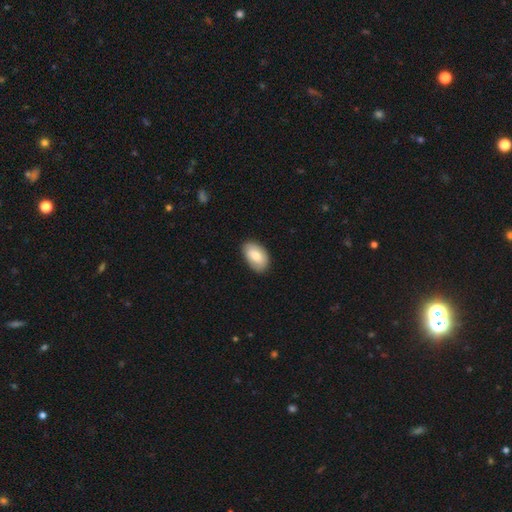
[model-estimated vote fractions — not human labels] This is likely a smooth galaxy (74%). How rounded: clearly in between (92%). Merging: clearly none (83%).